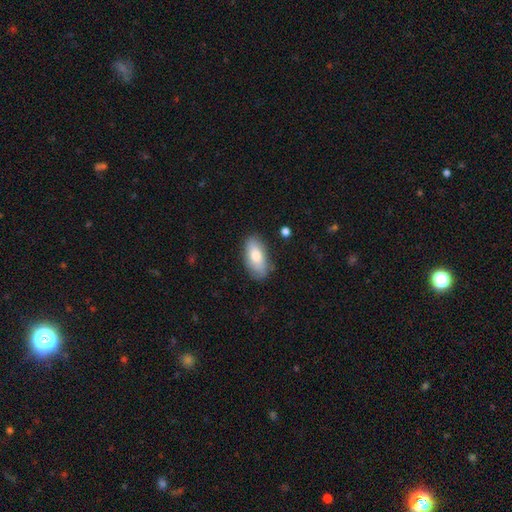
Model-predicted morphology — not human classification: Overall: smooth (77%). How rounded: in between (89%). Merging: none (78%).